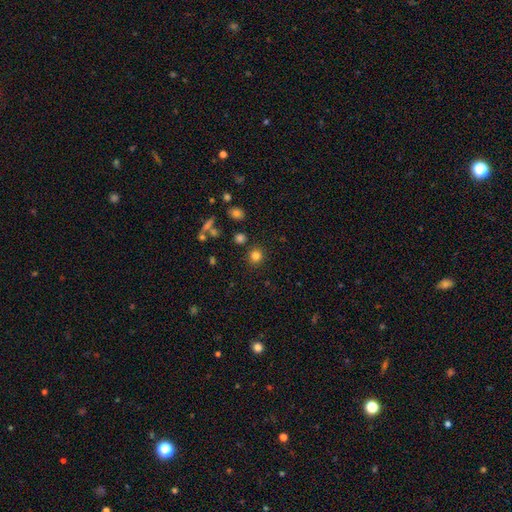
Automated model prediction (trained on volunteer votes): Smooth or featured?
  - smooth: 81% *
  - star or artifact: 13%
  - featured or disk: 6%
How rounded?
  - round: 89% *
  - in between: 10%
  - cigar-shaped: 1%
Merging?
  - none: 86% *
  - minor disturbance: 7%
  - merger: 4%
  - major disturbance: 3%